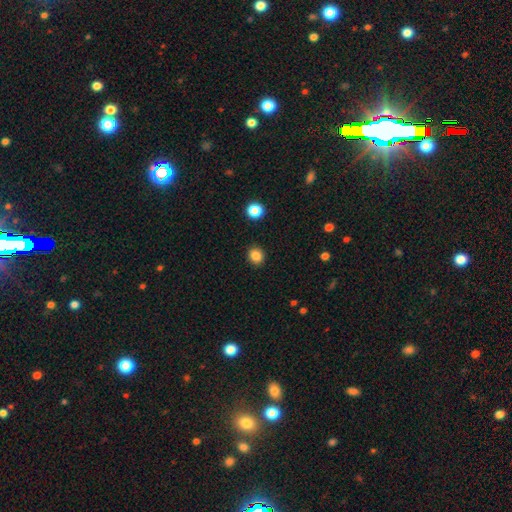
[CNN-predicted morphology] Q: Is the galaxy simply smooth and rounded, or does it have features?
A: smooth — 85%.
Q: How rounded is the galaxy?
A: round — 80%.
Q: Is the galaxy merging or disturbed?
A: none — 91%.